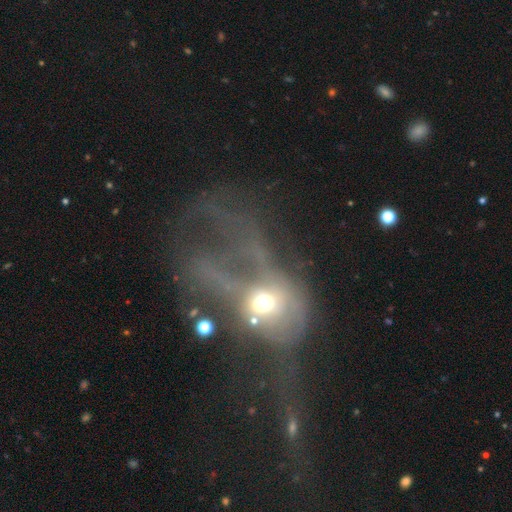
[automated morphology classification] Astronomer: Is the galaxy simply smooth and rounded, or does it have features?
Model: featured or disk — 52% (runner-up: smooth, 29%).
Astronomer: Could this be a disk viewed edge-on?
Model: no — 92%.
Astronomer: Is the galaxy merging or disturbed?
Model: major disturbance — 61%.